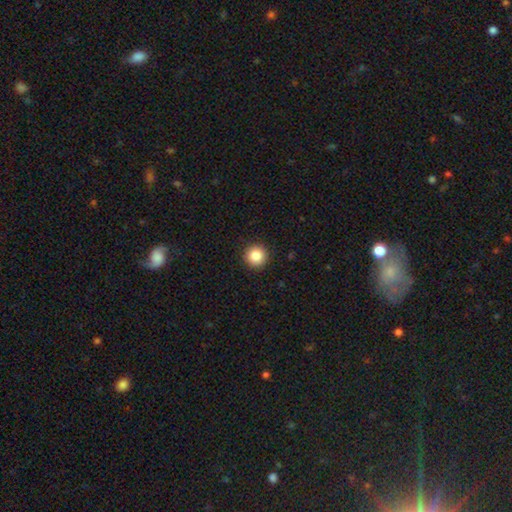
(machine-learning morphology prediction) This is clearly a smooth galaxy (85%). How rounded: clearly round (96%). Merging: clearly none (93%).